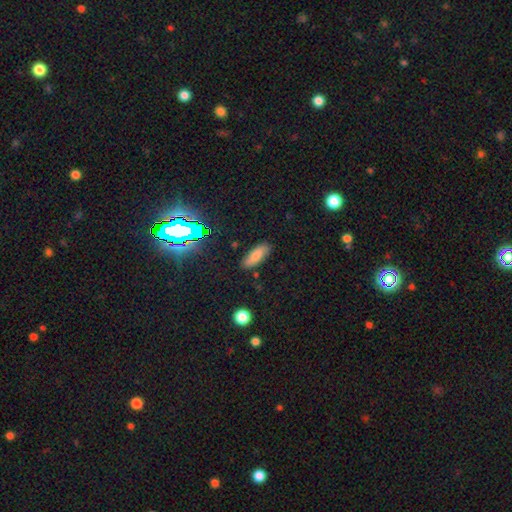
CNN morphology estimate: The model was most divided on "how rounded": in between: 69%, cigar-shaped: 28%, round: 3%. More confident: merging — none (85%); smooth or featured — smooth (75%).